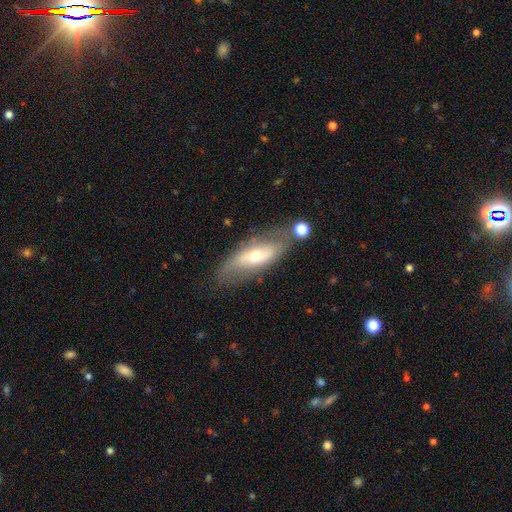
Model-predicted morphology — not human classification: Smooth or featured? featured or disk (52%)
Edge-on disk? no (75%)
Merging? none (66%)